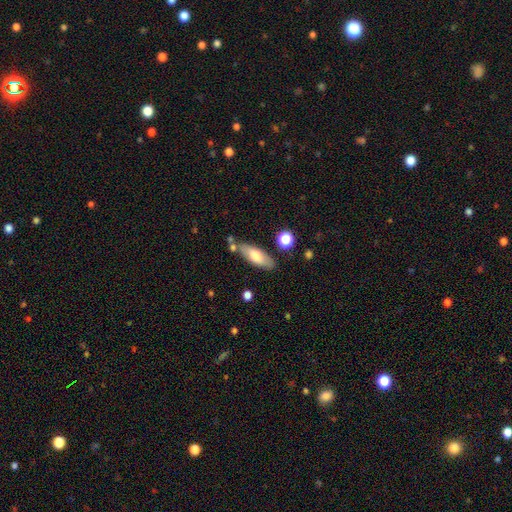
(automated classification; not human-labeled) A smooth galaxy with no disk features (67%) that is in between round and cigar-shaped (67%).

Vote fractions:
- Smooth or featured? smooth: 67% / featured or disk: 26% / star or artifact: 6%
- How rounded? in between: 67% / cigar-shaped: 30% / round: 2%
- Merging? none: 75% / minor disturbance: 14% / merger: 7% / major disturbance: 3%